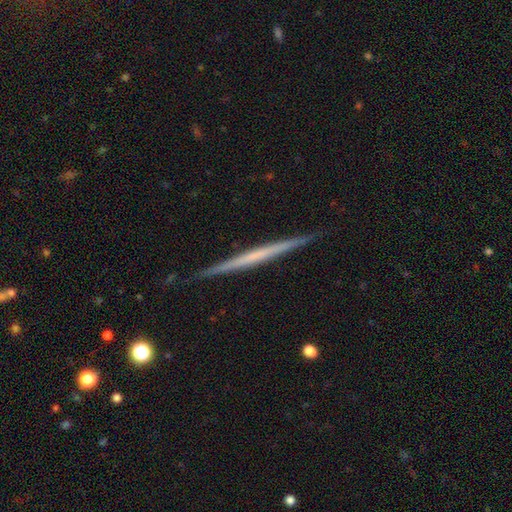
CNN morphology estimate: The model was most divided on "smooth or featured": featured or disk: 63%, smooth: 31%, star or artifact: 6%. More confident: edge-on disk — yes (98%); merging — none (90%); edge-on bulge — none (87%).